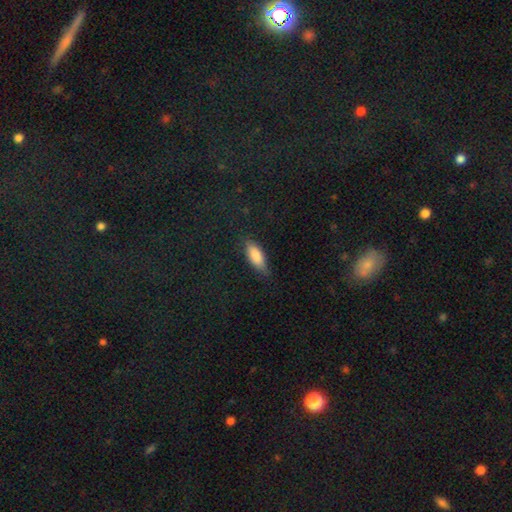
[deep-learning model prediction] This appears to be a smooth galaxy with no disk features (84%) that is in between round and cigar-shaped (76%). Merging: none (72%).